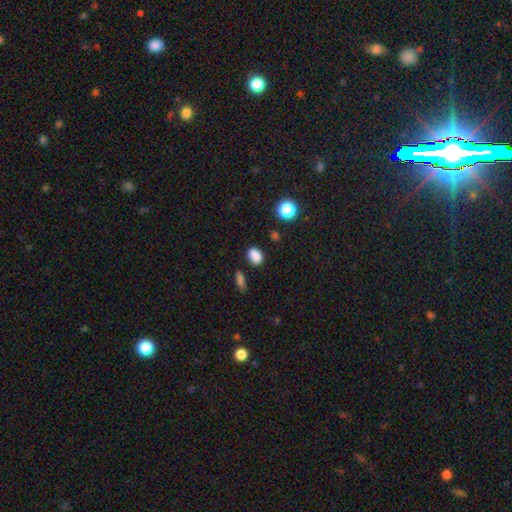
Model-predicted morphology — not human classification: type=smooth (83%); roundness=in between (69%); merging=none (77%).